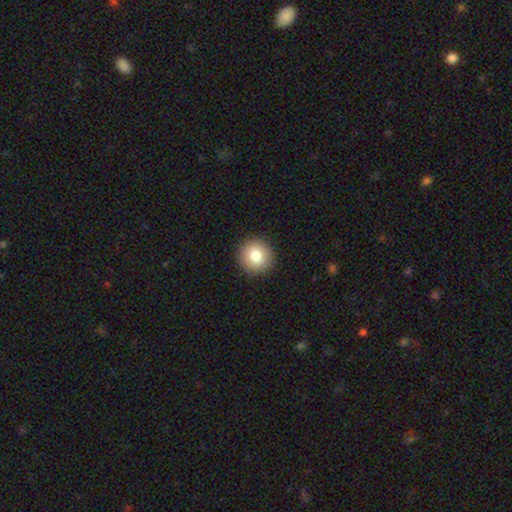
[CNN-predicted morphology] A smooth galaxy with no disk features (82%) that is round (93%).

Vote fractions:
- Smooth or featured? smooth: 82% / star or artifact: 9% / featured or disk: 9%
- How rounded? round: 93% / in between: 6% / cigar-shaped: 1%
- Merging? none: 92% / minor disturbance: 5% / major disturbance: 2% / merger: 1%